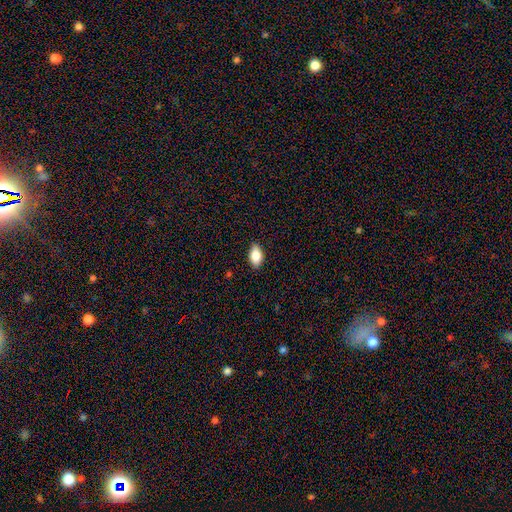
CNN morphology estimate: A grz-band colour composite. It shows a smooth galaxy with no disk features (85%) that is in between round and cigar-shaped (92%). Merging: none (87%).